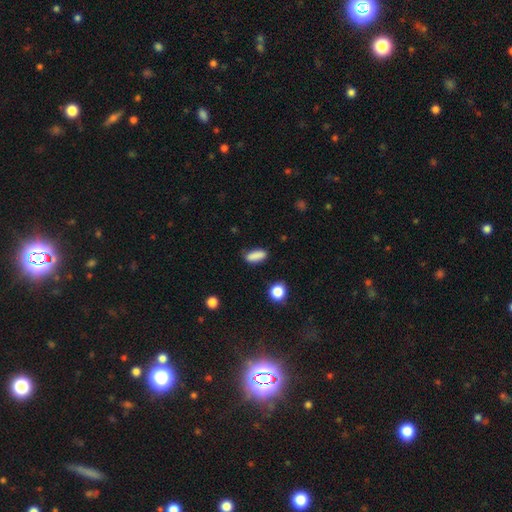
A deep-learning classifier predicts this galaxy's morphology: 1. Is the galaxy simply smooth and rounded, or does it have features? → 87% smooth, 8% star or artifact, 5% featured or disk.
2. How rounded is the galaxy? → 68% in between, 28% cigar-shaped, 4% round.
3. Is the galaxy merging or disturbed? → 81% none, 14% minor disturbance, 3% major disturbance, 2% merger.